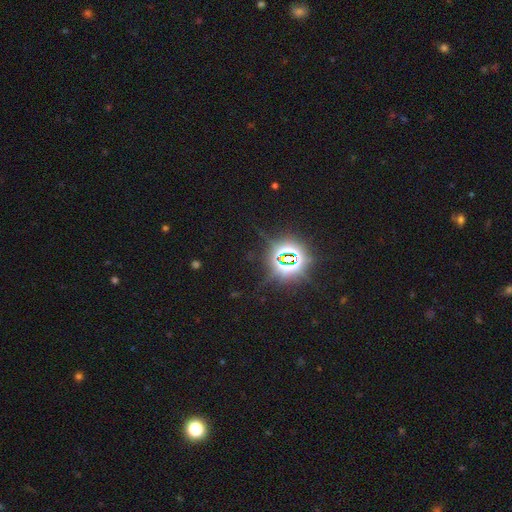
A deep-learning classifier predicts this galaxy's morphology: Smooth or featured: star or artifact — 84% (smooth — 10%)